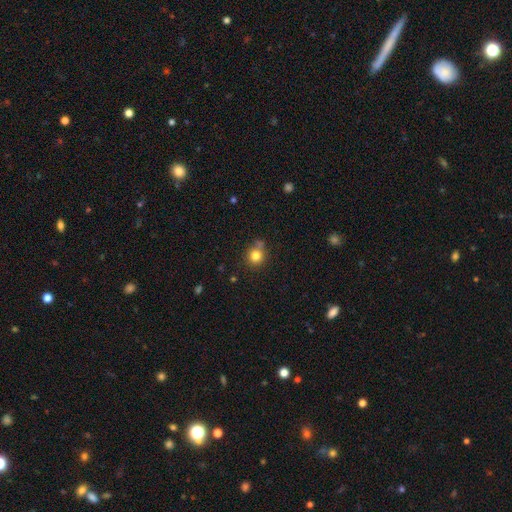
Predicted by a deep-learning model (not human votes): The model was most divided on "merging": none: 70%, minor disturbance: 15%, merger: 11%, major disturbance: 4%. More confident: how rounded — round (89%); smooth or featured — smooth (80%).